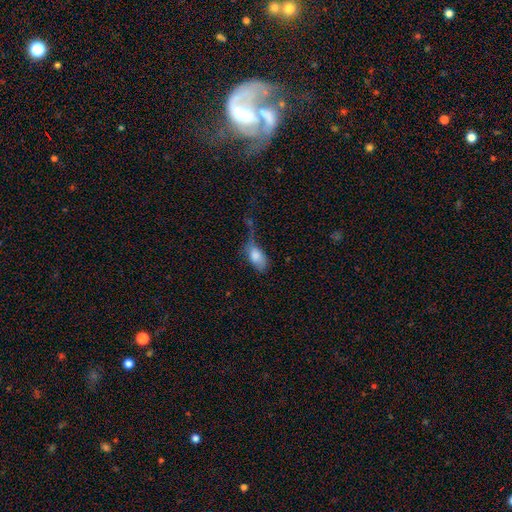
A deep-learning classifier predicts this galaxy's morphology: Smooth or featured?
  - smooth: 80% *
  - featured or disk: 12%
  - star or artifact: 7%
How rounded?
  - in between: 91% *
  - round: 5%
  - cigar-shaped: 4%
Merging?
  - major disturbance: 35% *
  - minor disturbance: 30%
  - none: 26%
  - merger: 9%